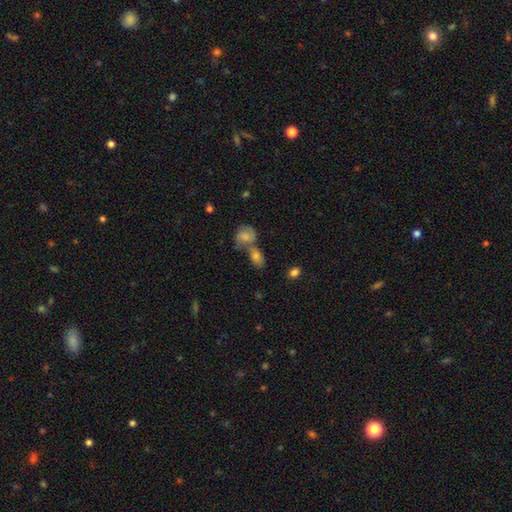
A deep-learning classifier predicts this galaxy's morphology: Overall: smooth (56%; featured or disk 28%). How rounded: in between (70%). Merging: merger (43%; none 40%).